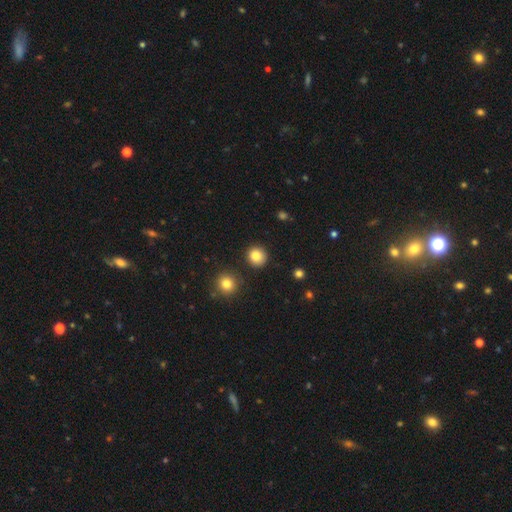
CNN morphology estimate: This is clearly a smooth galaxy (84%). How rounded: clearly round (91%). Merging: clearly none (90%).